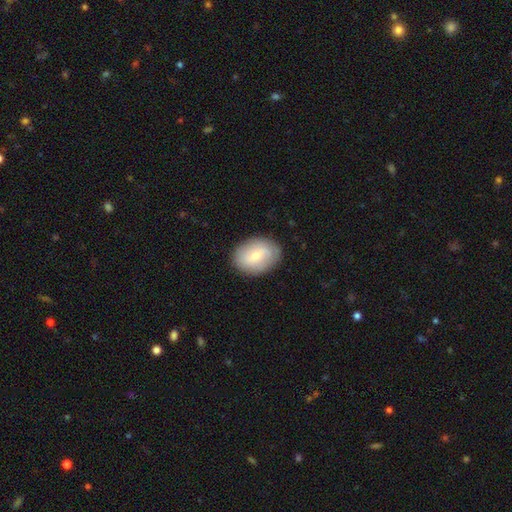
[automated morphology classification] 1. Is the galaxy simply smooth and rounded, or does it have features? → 60% smooth, 33% featured or disk, 7% star or artifact.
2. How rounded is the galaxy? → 69% in between, 30% round, 1% cigar-shaped.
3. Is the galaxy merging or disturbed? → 85% none, 11% minor disturbance, 3% major disturbance, 1% merger.